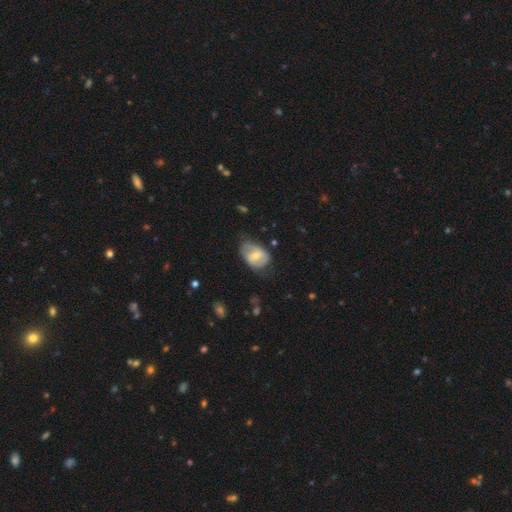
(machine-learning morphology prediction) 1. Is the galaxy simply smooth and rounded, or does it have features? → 52% featured or disk, 42% smooth, 6% star or artifact.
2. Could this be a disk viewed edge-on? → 96% no, 4% yes.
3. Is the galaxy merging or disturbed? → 50% none, 35% minor disturbance, 13% major disturbance, 2% merger.